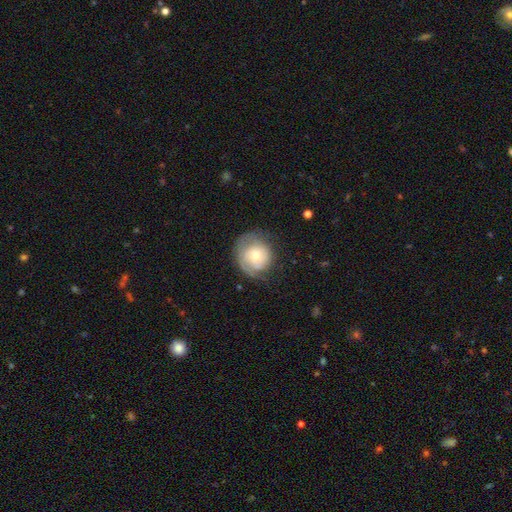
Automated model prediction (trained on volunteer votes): This is possibly a featured or disk galaxy (54%). It is clearly not viewed edge-on (97%). Bar: clearly no (82%). Spiral arm pattern: likely yes (74%). Central bulge: possibly moderate (48%). Merging: likely none (61%).